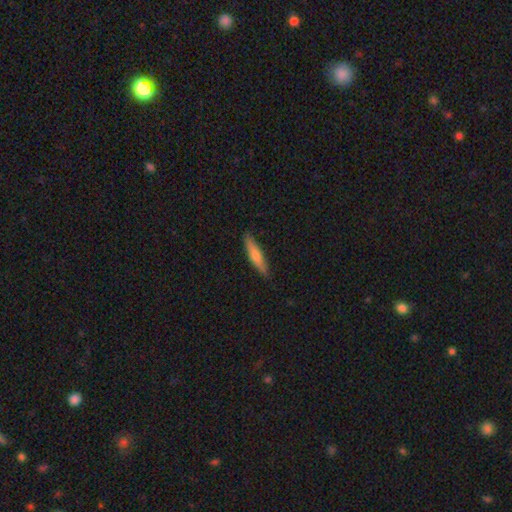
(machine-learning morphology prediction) Smooth or featured? Predicted: smooth (p=0.64). How rounded? Predicted: cigar-shaped (p=0.83). Merging? Predicted: none (p=0.87).